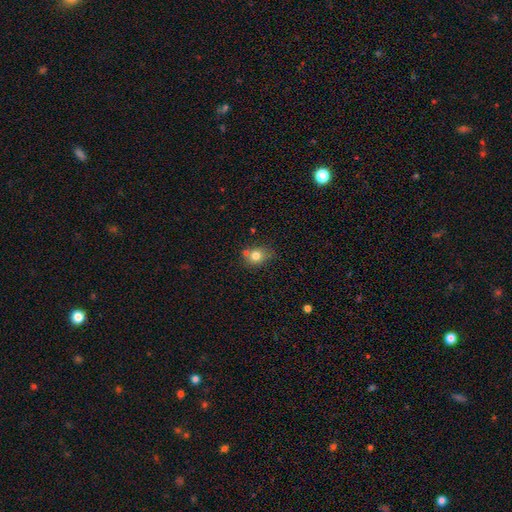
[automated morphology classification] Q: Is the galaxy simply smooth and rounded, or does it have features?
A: smooth — 78%.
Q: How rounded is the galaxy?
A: round — 67%.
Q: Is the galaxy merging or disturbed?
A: none — 59%.